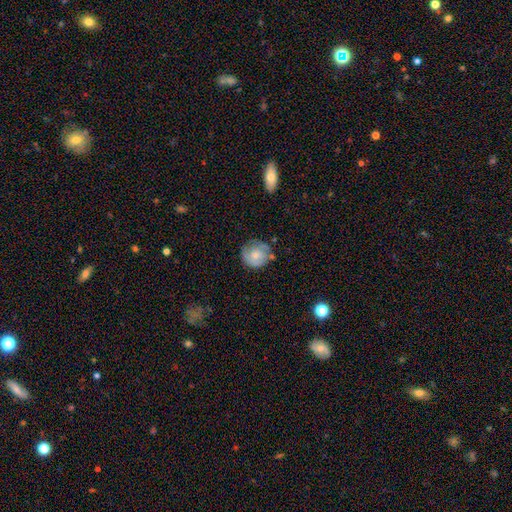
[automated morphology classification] A smooth galaxy with no disk features (58%) that is round (86%). Merging: none (65%).